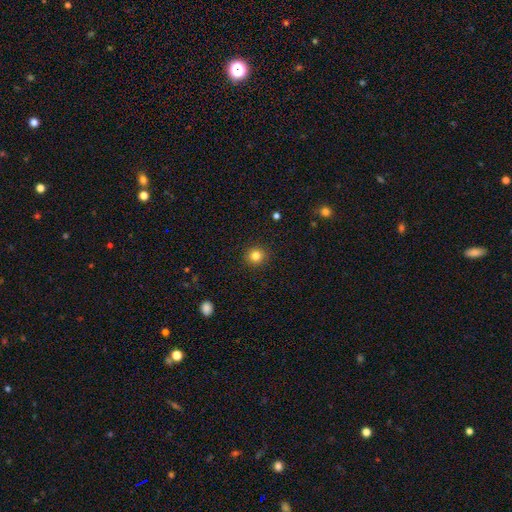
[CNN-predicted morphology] This is clearly a smooth galaxy (83%). How rounded: clearly round (92%). Merging: clearly none (92%).